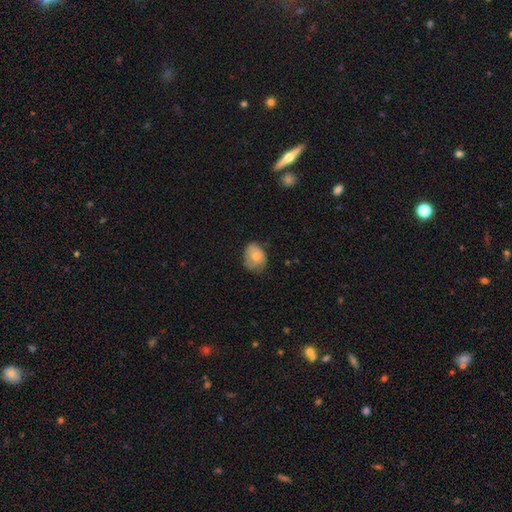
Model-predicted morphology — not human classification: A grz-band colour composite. It shows a smooth galaxy with no disk features (68%) that is in between round and cigar-shaped (53%). Merging: none (58%).